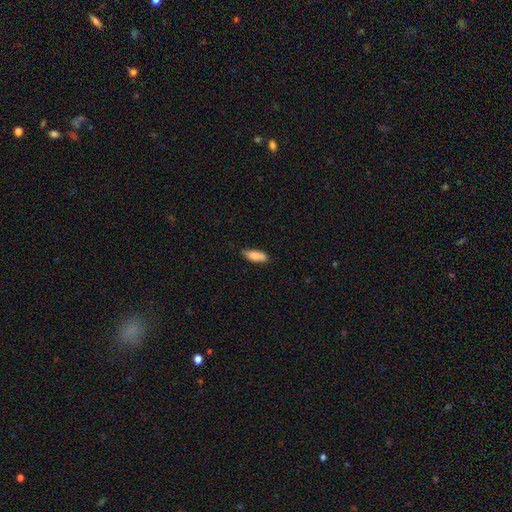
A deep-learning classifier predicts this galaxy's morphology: smooth_or_featured: smooth (p=0.83) [alt: featured or disk p=0.11]
how_rounded: in between (p=0.70) [alt: cigar-shaped p=0.28]
merging: none (p=0.69) [alt: minor disturbance p=0.23]